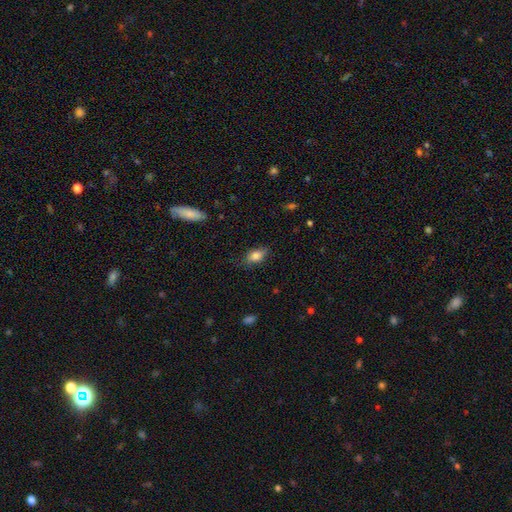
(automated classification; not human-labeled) Smooth or featured? Predicted: smooth (p=0.82). How rounded? Predicted: in between (p=0.84). Merging? Predicted: none (p=0.73).